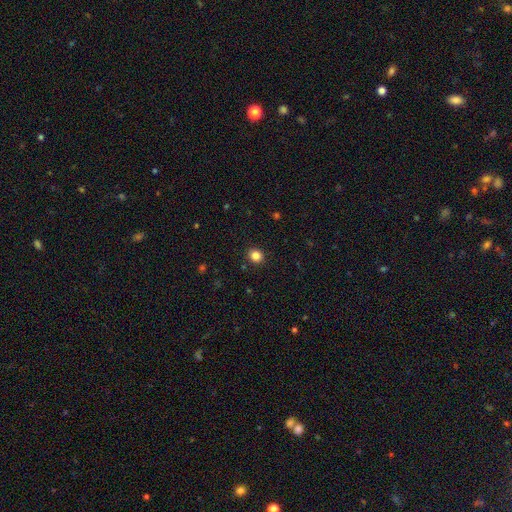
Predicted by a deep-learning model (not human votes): Smooth or featured? smooth (84%)
How rounded? round (82%)
Merging? none (91%)